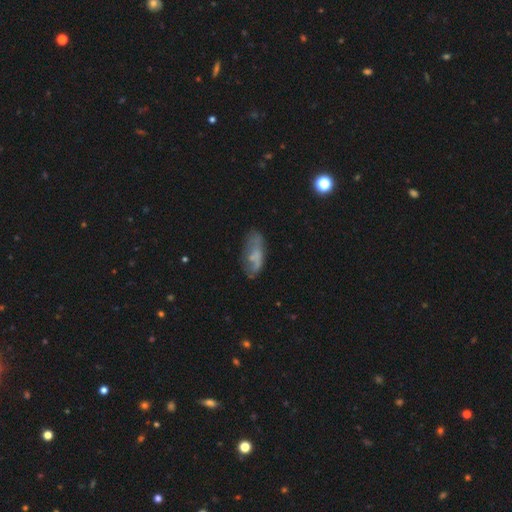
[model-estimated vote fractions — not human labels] Smooth or featured: smooth — 52% (featured or disk — 39%)
How rounded: in between — 80% (cigar-shaped — 17%)
Merging: none — 51% (minor disturbance — 28%)